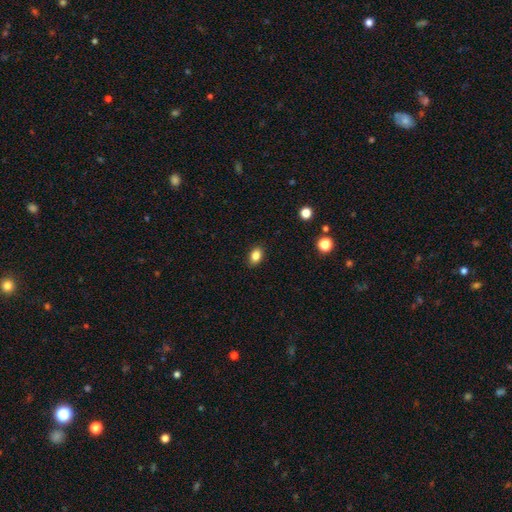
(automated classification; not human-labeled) The model was most divided on "how rounded": in between: 79%, round: 19%, cigar-shaped: 1%. More confident: merging — none (89%); smooth or featured — smooth (84%).